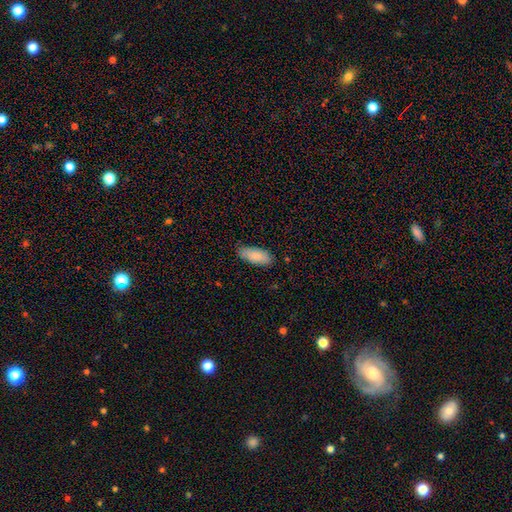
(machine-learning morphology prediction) A smooth galaxy with no disk features (86%) that is in between round and cigar-shaped (85%).

Vote fractions:
- Smooth or featured? smooth: 86% / featured or disk: 8% / star or artifact: 6%
- How rounded? in between: 85% / cigar-shaped: 13% / round: 2%
- Merging? none: 82% / minor disturbance: 14% / major disturbance: 2% / merger: 1%